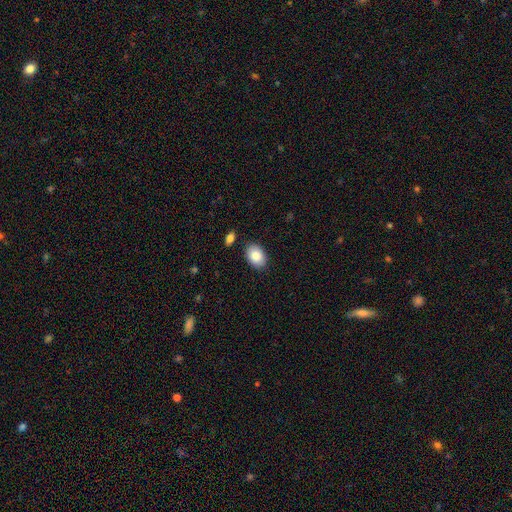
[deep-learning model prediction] This is clearly a smooth galaxy (85%). How rounded: clearly in between (85%). Merging: clearly none (86%).